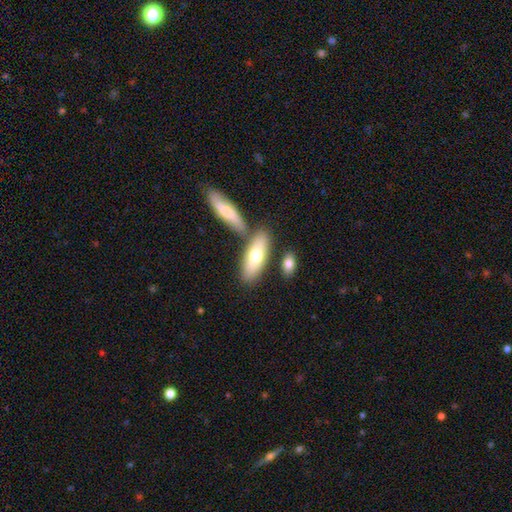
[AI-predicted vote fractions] smooth-or-featured: smooth: 69% | featured or disk: 25% | star or artifact: 6%
  how-rounded: in between: 69% | cigar-shaped: 29% | round: 3%
  merging: none: 67% | merger: 19% | minor disturbance: 11% | major disturbance: 3%